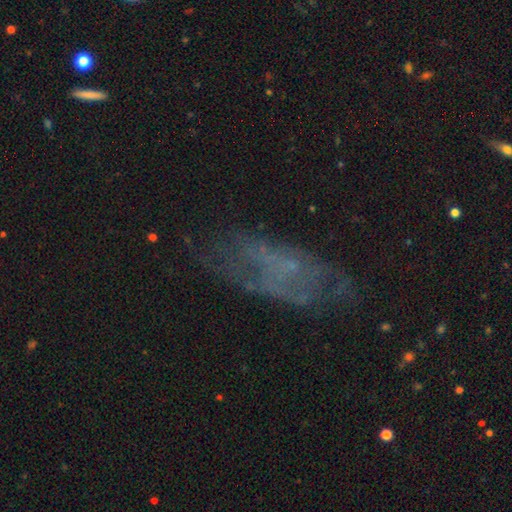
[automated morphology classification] A featured or disk galaxy (51%).

Vote fractions:
- Smooth or featured? featured or disk: 51% / smooth: 32% / star or artifact: 17%
- Edge-on disk? no: 89% / yes: 11%
- Merging? none: 56% / minor disturbance: 22% / major disturbance: 20% / merger: 3%